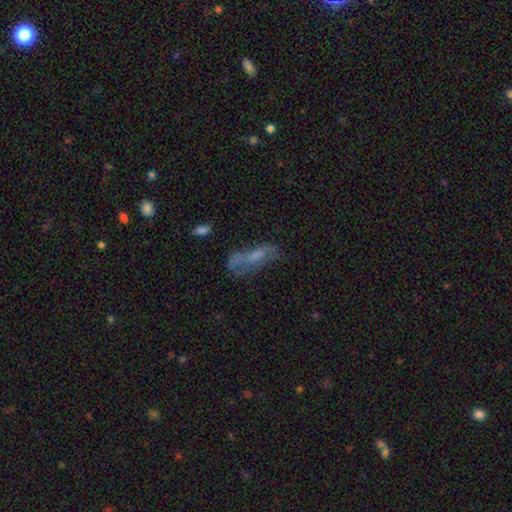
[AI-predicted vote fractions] A featured or disk galaxy (46%).

Vote fractions:
- Smooth or featured? featured or disk: 46% / smooth: 40% / star or artifact: 13%
- Merging? none: 41% / major disturbance: 27% / minor disturbance: 24% / merger: 8%